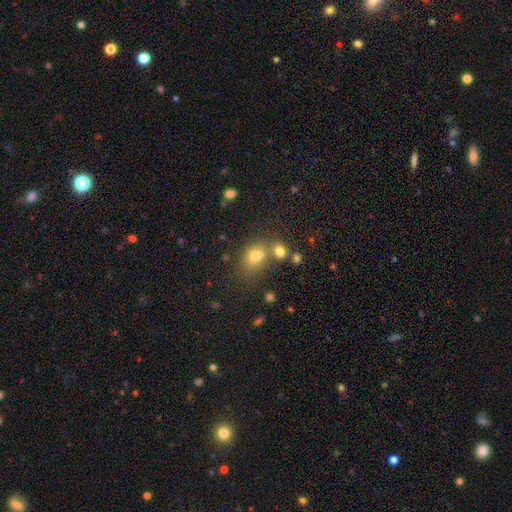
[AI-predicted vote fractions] A smooth galaxy with no disk features (68%) that is round (52%).

Vote fractions:
- Smooth or featured? smooth: 68% / star or artifact: 19% / featured or disk: 13%
- How rounded? round: 52% / in between: 47% / cigar-shaped: 1%
- Merging? none: 42% / merger: 41% / minor disturbance: 11% / major disturbance: 5%